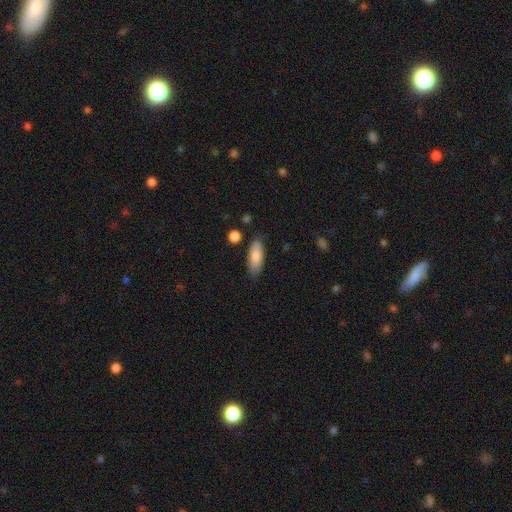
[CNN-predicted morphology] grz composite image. It shows a smooth galaxy with no disk features (82%) that is in between round and cigar-shaped (74%). Merging: none (81%).